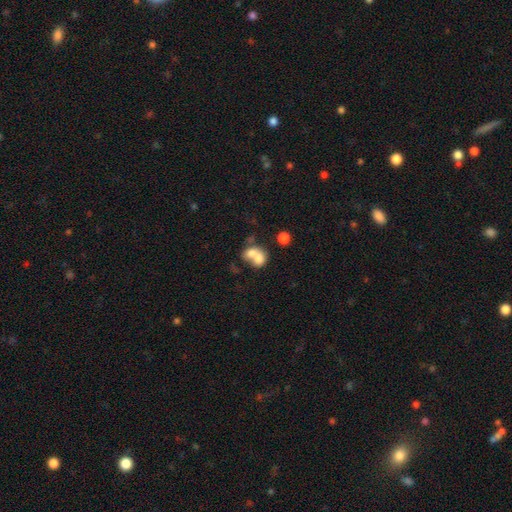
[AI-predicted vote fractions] smooth 69%, featured or disk 22%, star or artifact 9%. Down the decision tree: how rounded — in between (52%); merging — merger (72%).